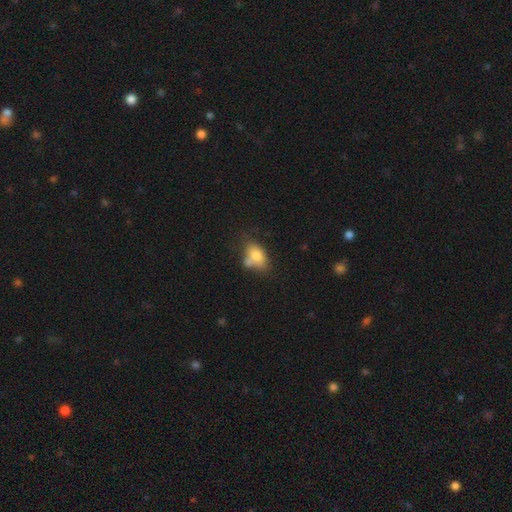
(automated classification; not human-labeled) smooth-or-featured: smooth: 77% | featured or disk: 15% | star or artifact: 9%
  how-rounded: in between: 85% | round: 13% | cigar-shaped: 3%
  merging: none: 39% | merger: 33% | minor disturbance: 20% | major disturbance: 8%